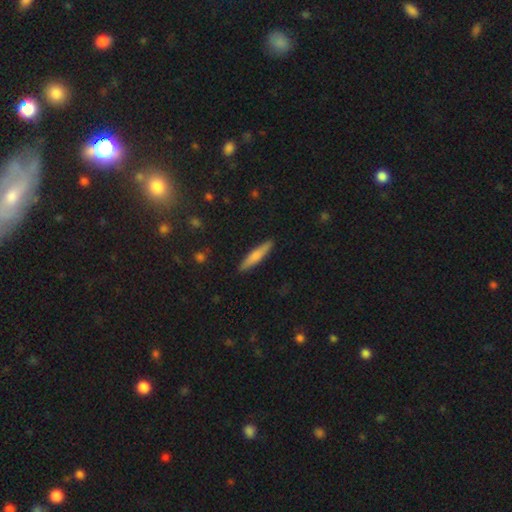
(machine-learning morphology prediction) Smooth or featured?
  - smooth: 67% *
  - featured or disk: 27%
  - star or artifact: 6%
How rounded?
  - cigar-shaped: 89% *
  - in between: 10%
  - round: 2%
Merging?
  - none: 89% *
  - minor disturbance: 8%
  - major disturbance: 2%
  - merger: 1%